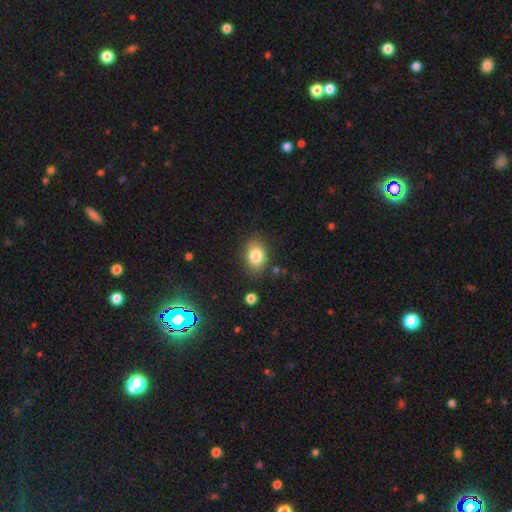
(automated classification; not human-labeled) Q: Smooth or featured?
A: smooth (81%); runner-up: star or artifact (10%)
Q: How rounded?
A: in between (72%); runner-up: round (27%)
Q: Merging?
A: none (82%); runner-up: minor disturbance (12%)